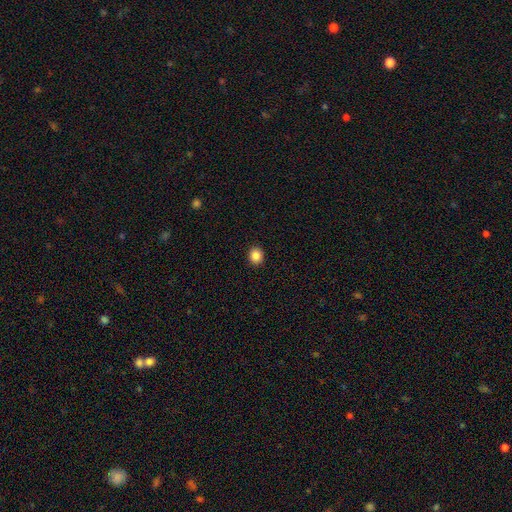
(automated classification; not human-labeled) smooth-or-featured: smooth: 86% | star or artifact: 10% | featured or disk: 4%
  how-rounded: round: 79% | in between: 21% | cigar-shaped: 1%
  merging: none: 93% | minor disturbance: 5% | major disturbance: 2% | merger: 1%